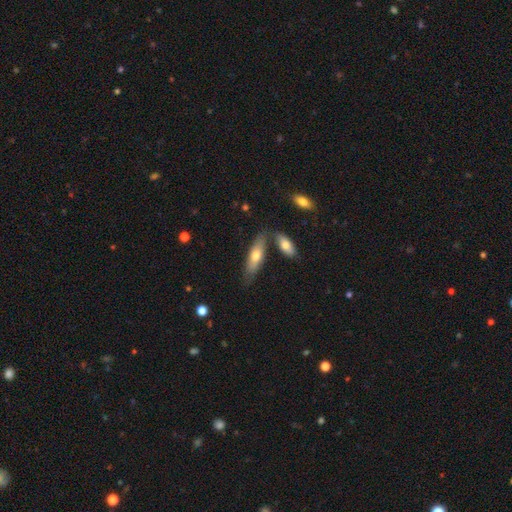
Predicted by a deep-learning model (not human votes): A smooth galaxy with no disk features (65%) that is in between round and cigar-shaped (49%, tied with cigar-shaped).

Vote fractions:
- Smooth or featured? smooth: 65% / featured or disk: 29% / star or artifact: 6%
- How rounded? in between: 49% (tied) / cigar-shaped: 49% (tied) / round: 2%
- Merging? none: 65% / minor disturbance: 16% / merger: 15% / major disturbance: 4%